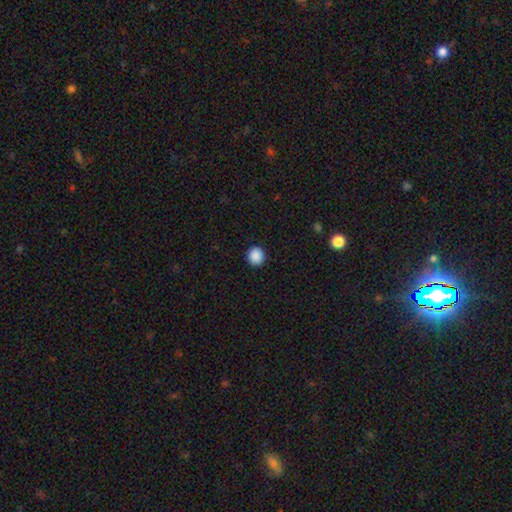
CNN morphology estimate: Smooth or featured? Predicted: smooth (p=0.89). How rounded? Predicted: round (p=0.91). Merging? Predicted: none (p=0.92).